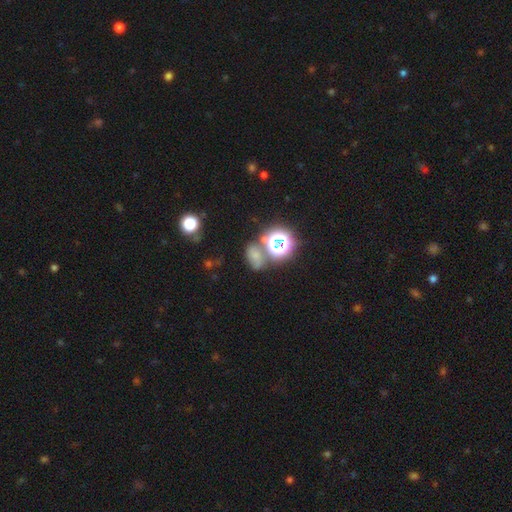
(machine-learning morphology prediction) smooth 48%, star or artifact 37%, featured or disk 15%. Down the decision tree: merging — none (50%).